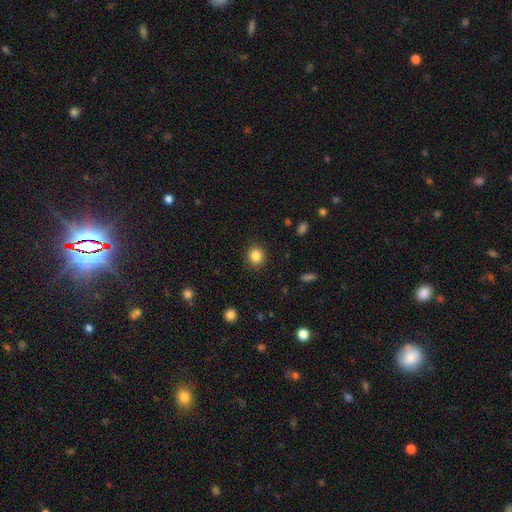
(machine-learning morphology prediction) smooth-or-featured: smooth: 85% | star or artifact: 10% | featured or disk: 5%
  how-rounded: round: 86% | in between: 13% | cigar-shaped: 1%
  merging: none: 90% | minor disturbance: 7% | major disturbance: 2% | merger: 1%